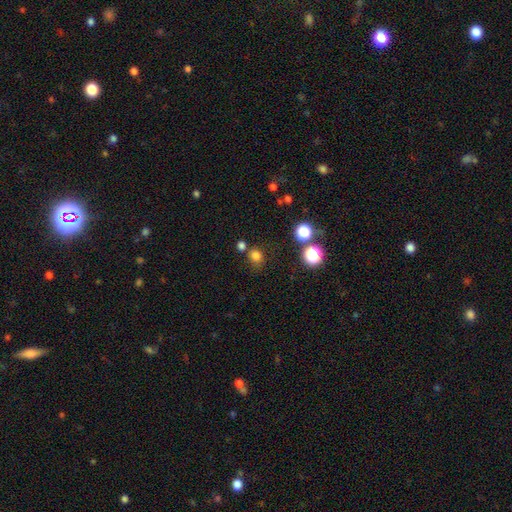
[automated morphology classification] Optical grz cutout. It shows a smooth galaxy with no disk features (76%) that is round (78%). Merging: none (71%).